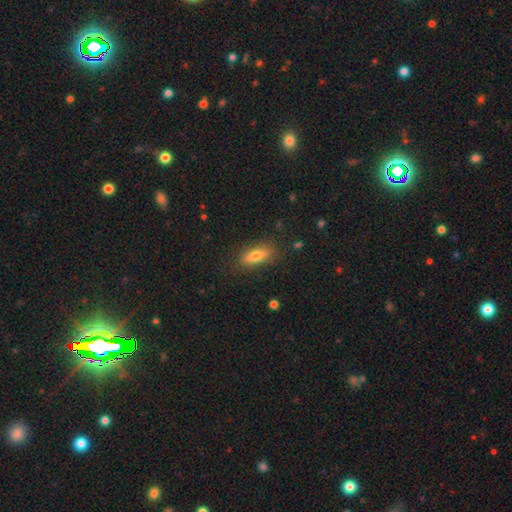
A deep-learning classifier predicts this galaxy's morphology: smooth_or_featured: smooth (p=0.66) [alt: featured or disk p=0.26]
how_rounded: in between (p=0.55) [alt: cigar-shaped p=0.42]
merging: none (p=0.84) [alt: minor disturbance p=0.12]